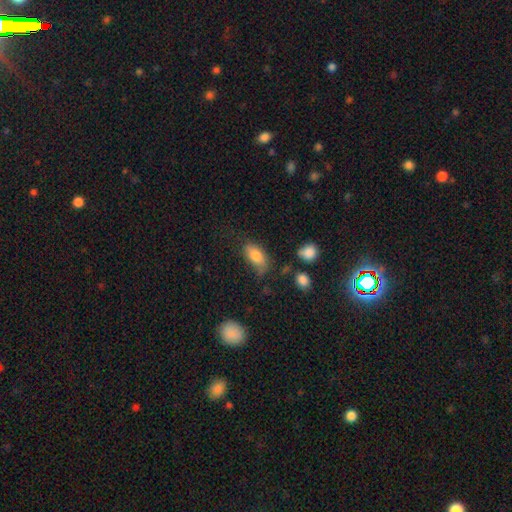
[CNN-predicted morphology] Smooth or featured: smooth — 80% (featured or disk — 12%)
How rounded: in between — 90% (cigar-shaped — 5%)
Merging: none — 53% (minor disturbance — 30%)